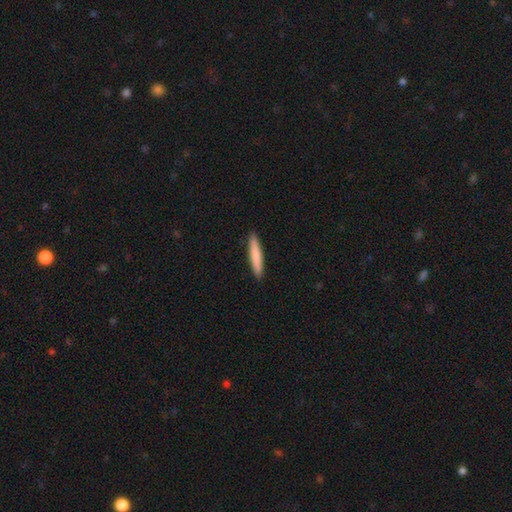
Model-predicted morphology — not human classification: This is likely a smooth galaxy (80%). How rounded: clearly cigar-shaped (93%). Merging: clearly none (92%).